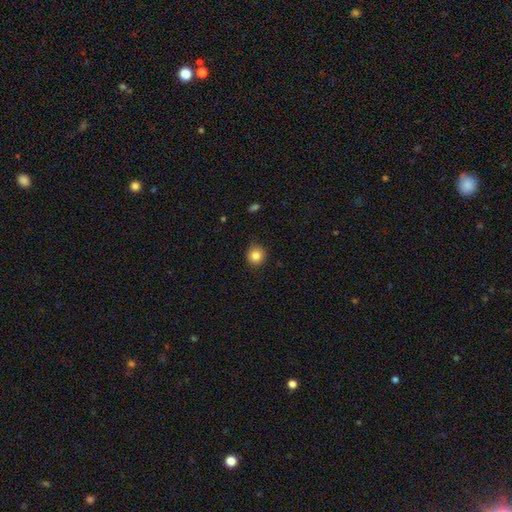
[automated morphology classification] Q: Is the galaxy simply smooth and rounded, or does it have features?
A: smooth — 84%.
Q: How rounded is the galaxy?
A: round — 91%.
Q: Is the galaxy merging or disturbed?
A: none — 85%.